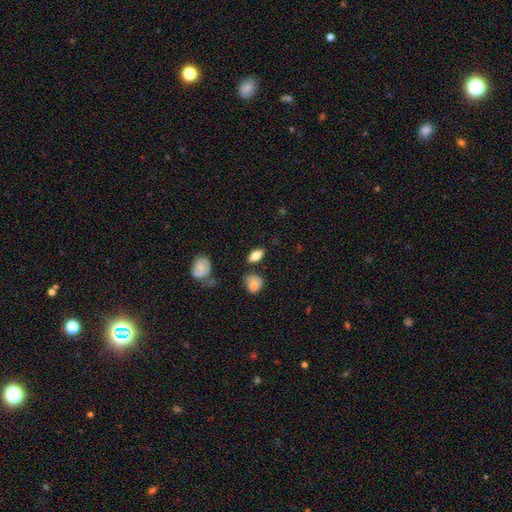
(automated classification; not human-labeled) This is likely a smooth galaxy (78%). How rounded: clearly in between (85%). Merging: likely none (79%).